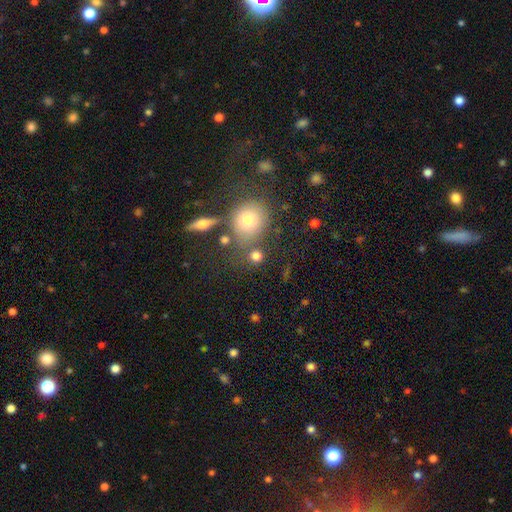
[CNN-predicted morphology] Overall: smooth (70%). How rounded: round (76%). Merging: none (66%).